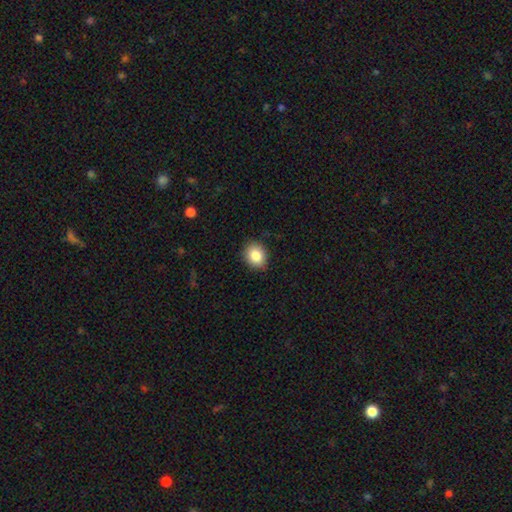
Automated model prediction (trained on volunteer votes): Smooth or featured? Predicted: smooth (p=0.84). How rounded? Predicted: round (p=0.54). Merging? Predicted: none (p=0.88).